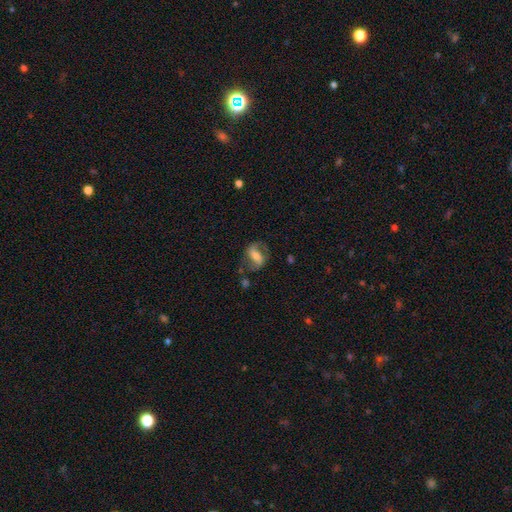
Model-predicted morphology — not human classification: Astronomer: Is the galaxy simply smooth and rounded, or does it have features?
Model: featured or disk — 59%.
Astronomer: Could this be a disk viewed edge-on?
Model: no — 92%.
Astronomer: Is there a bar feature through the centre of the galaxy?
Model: strong — 47% (runner-up: weak, 31%).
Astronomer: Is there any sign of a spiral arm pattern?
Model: yes — 80%.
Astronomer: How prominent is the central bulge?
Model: moderate — 47% (runner-up: small, 30%).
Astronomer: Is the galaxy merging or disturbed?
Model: none — 62%.